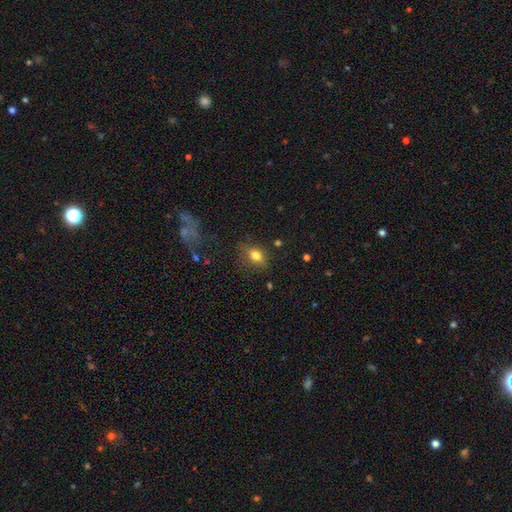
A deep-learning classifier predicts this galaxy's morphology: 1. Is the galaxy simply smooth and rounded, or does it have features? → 79% smooth, 11% star or artifact, 10% featured or disk.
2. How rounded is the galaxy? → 67% in between, 30% round, 2% cigar-shaped.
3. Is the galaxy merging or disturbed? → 76% none, 17% minor disturbance, 5% major disturbance, 2% merger.